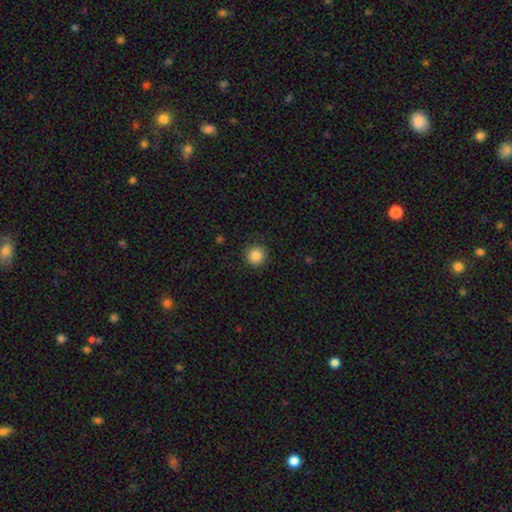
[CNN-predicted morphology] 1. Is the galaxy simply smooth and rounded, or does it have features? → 86% smooth, 10% star or artifact, 4% featured or disk.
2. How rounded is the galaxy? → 94% round, 5% in between, 1% cigar-shaped.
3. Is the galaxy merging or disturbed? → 88% none, 8% minor disturbance, 3% major disturbance, 1% merger.